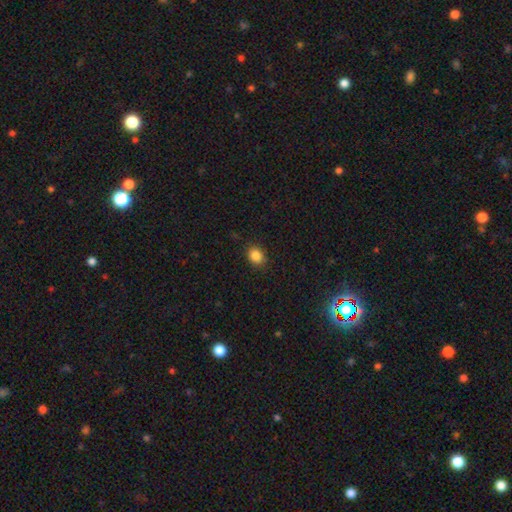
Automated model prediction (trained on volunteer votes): Smooth or featured? Predicted: smooth (p=0.86). How rounded? Predicted: round (p=0.53). Merging? Predicted: none (p=0.87).